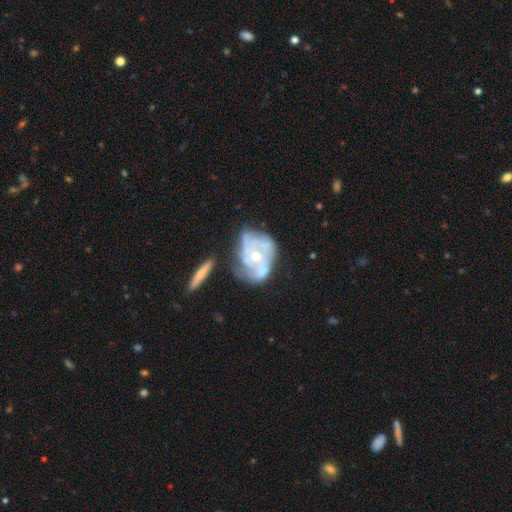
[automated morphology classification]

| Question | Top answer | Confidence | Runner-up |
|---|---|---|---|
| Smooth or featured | featured or disk | 80% | smooth (13%) |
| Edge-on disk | no | 97% | yes (3%) |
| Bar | no | 78% | weak (18%) |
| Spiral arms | yes | 81% | no (19%) |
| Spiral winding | tight | 52% | medium (35%) |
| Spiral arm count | can't tell | 35% | 3 (26%) |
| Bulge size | moderate | 60% | small (35%) |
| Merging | none | 42% | minor disturbance (26%) |